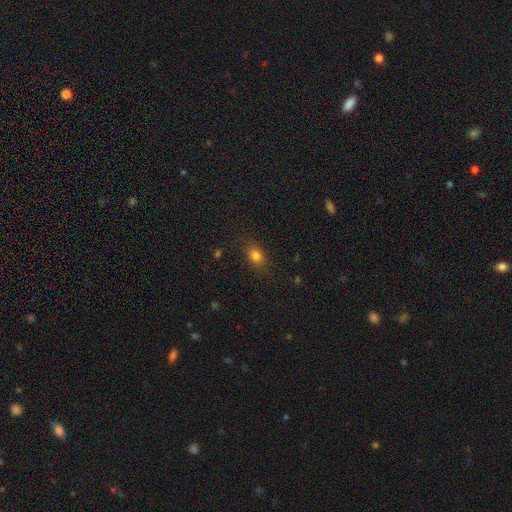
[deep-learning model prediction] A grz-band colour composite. It shows a smooth galaxy with no disk features (81%) that is in between round and cigar-shaped (74%). Merging: none (83%).